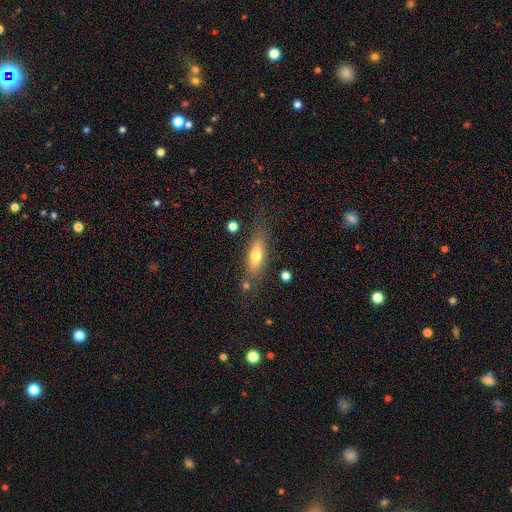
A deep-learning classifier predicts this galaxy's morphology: smooth-or-featured: smooth: 69% | featured or disk: 24% | star or artifact: 8%
  how-rounded: in between: 60% | cigar-shaped: 36% | round: 4%
  merging: none: 70% | minor disturbance: 18% | major disturbance: 7% | merger: 5%